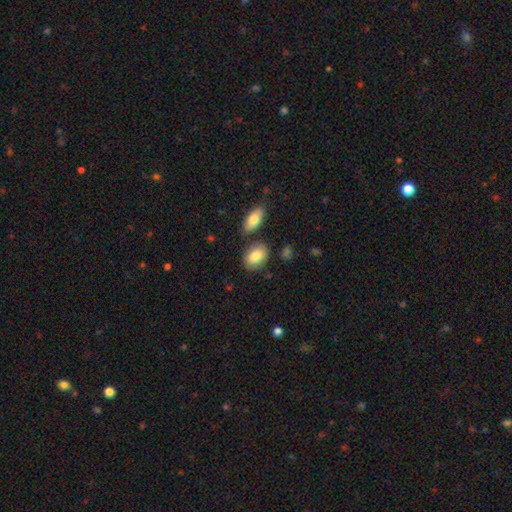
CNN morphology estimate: A smooth galaxy with no disk features (83%) that is in between round and cigar-shaped (86%). Merging: none (75%).